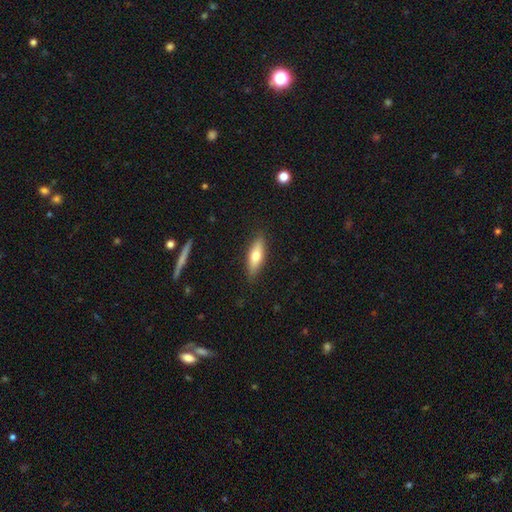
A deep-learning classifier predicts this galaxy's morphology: smooth_or_featured: smooth (p=0.69) [alt: featured or disk p=0.24]
how_rounded: in between (p=0.54) [alt: cigar-shaped p=0.43]
merging: none (p=0.87) [alt: minor disturbance p=0.10]